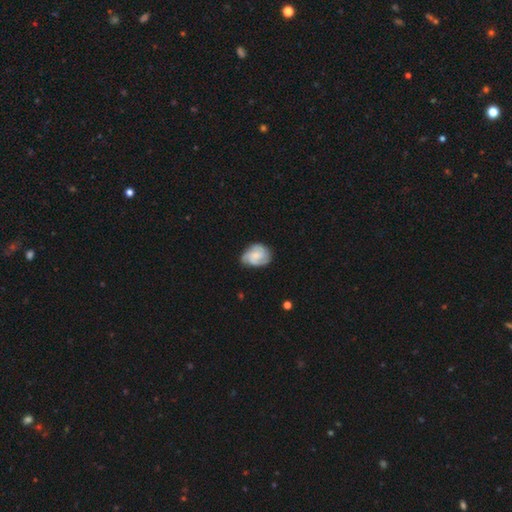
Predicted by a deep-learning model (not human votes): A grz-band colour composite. It shows a featured or disk galaxy (69%) with no bar (67%), 3 (56%) tight (47%) spiral arms (95%) and a small central bulge (52%). Merging: none (68%).